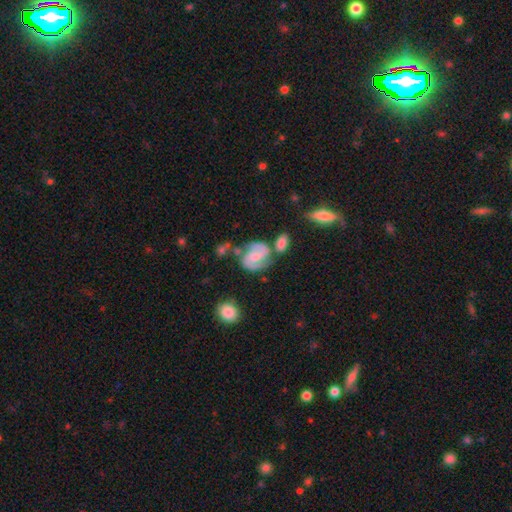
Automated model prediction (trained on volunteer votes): This appears to be a featured or disk galaxy (80%) with no bar (44%), 2 (89%) medium (54%) spiral arms (95%) and a small central bulge (39%). Merging: none (55%).